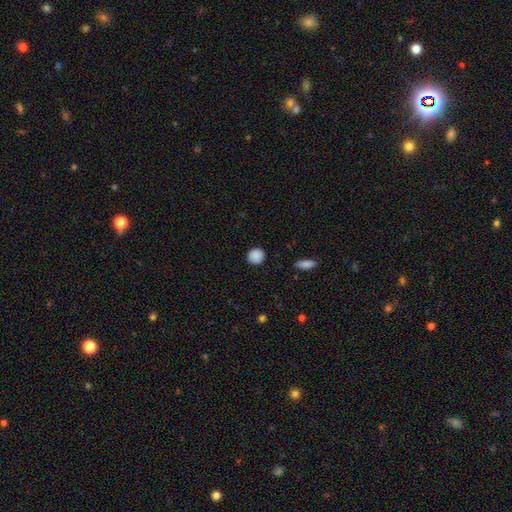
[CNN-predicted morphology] smooth-or-featured: smooth: 88% | star or artifact: 8% | featured or disk: 3%
  how-rounded: round: 89% | in between: 10% | cigar-shaped: 1%
  merging: none: 88% | minor disturbance: 9% | major disturbance: 2% | merger: 1%